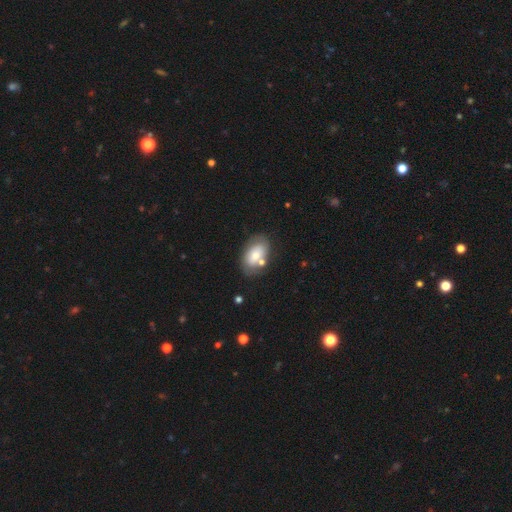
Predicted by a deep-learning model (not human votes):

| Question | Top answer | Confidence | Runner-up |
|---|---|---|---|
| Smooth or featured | smooth | 67% | featured or disk (26%) |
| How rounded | in between | 90% | round (8%) |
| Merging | none | 62% | minor disturbance (18%) |